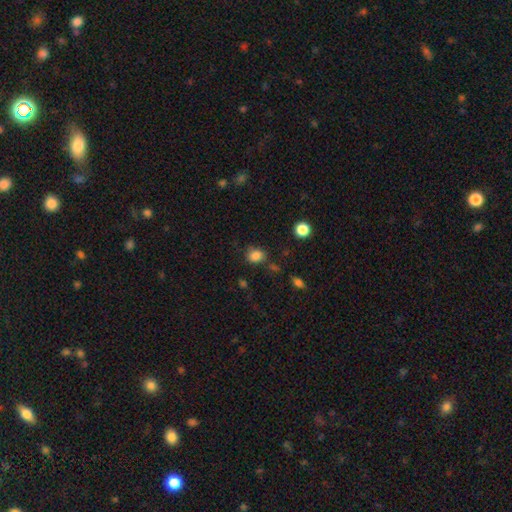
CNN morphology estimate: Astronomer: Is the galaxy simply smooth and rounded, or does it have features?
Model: smooth — 83%.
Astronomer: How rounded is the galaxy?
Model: round — 61% (runner-up: in between, 37%).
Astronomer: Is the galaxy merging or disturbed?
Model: none — 71%.